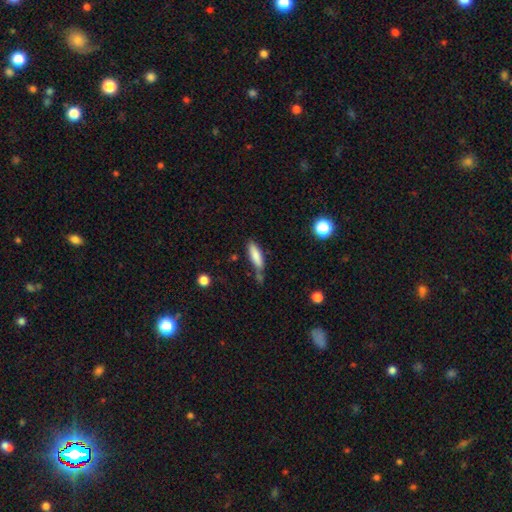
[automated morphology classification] Q: Smooth or featured?
A: smooth (80%); runner-up: featured or disk (13%)
Q: How rounded?
A: cigar-shaped (58%); runner-up: in between (41%)
Q: Merging?
A: none (51%); runner-up: minor disturbance (25%)